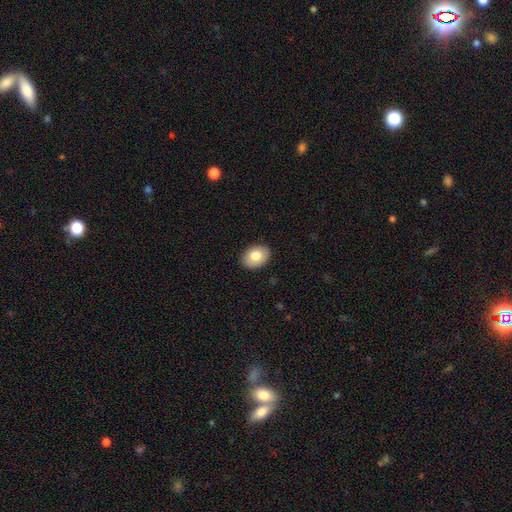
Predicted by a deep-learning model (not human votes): This is likely a smooth galaxy (79%). How rounded: likely in between (74%). Merging: clearly none (88%).